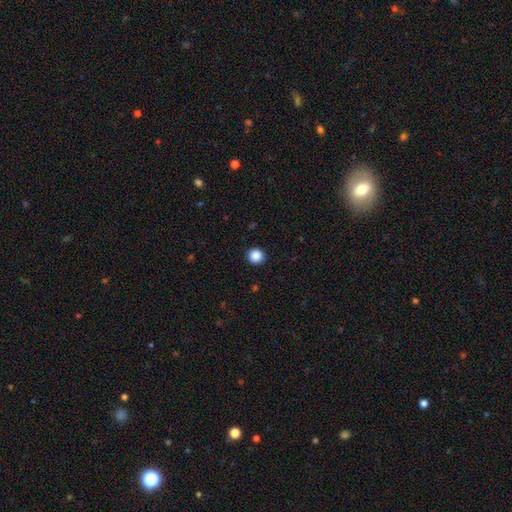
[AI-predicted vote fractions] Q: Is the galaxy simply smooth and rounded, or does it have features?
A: smooth — 88%.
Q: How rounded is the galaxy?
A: round — 95%.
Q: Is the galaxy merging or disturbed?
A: none — 93%.